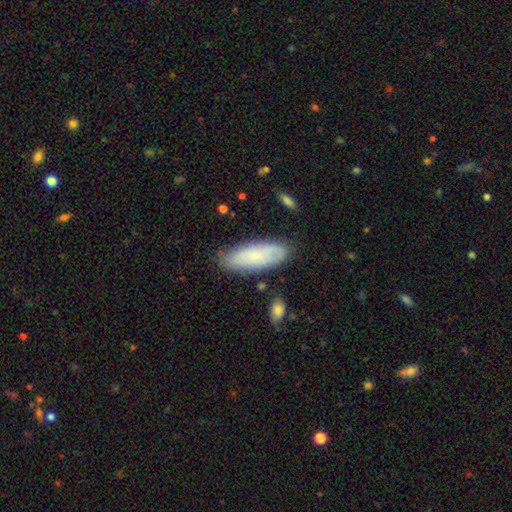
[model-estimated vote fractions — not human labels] The model was most divided on "how rounded": in between: 70%, cigar-shaped: 28%, round: 2%. More confident: merging — none (77%); smooth or featured — smooth (69%).